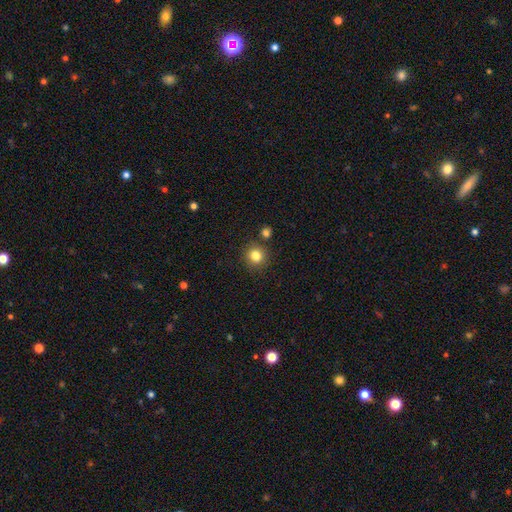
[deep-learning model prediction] A smooth galaxy with no disk features (83%) that is round (90%).

Vote fractions:
- Smooth or featured? smooth: 83% / star or artifact: 12% / featured or disk: 5%
- How rounded? round: 90% / in between: 9% / cigar-shaped: 1%
- Merging? none: 84% / minor disturbance: 8% / merger: 5% / major disturbance: 2%